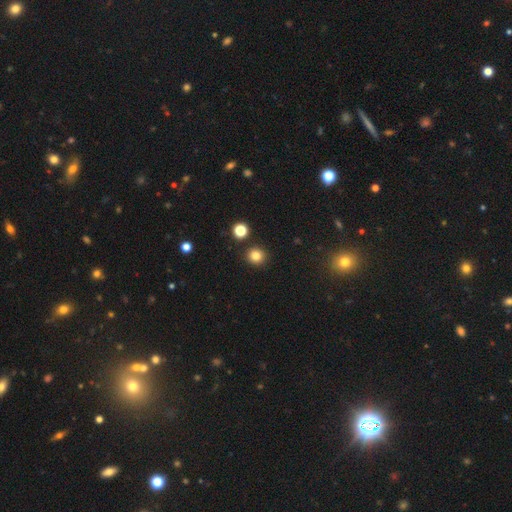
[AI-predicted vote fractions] Morphology: type=smooth (82%); roundness=round (89%); merging=none (89%).